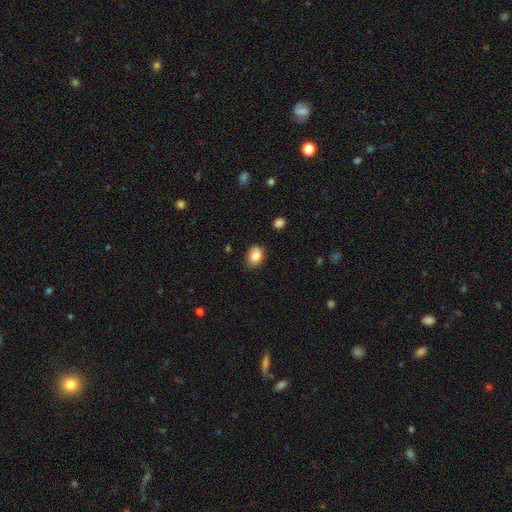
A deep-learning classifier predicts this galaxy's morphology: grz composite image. It shows a smooth galaxy with no disk features (83%) that is in between round and cigar-shaped (64%). Merging: none (78%).